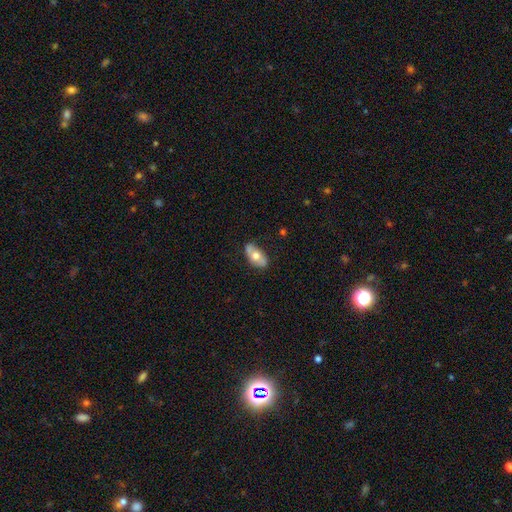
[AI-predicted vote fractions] smooth-or-featured: smooth: 58% | featured or disk: 36% | star or artifact: 6%
  how-rounded: in between: 91% | round: 5% | cigar-shaped: 4%
  merging: none: 74% | minor disturbance: 20% | major disturbance: 4% | merger: 3%